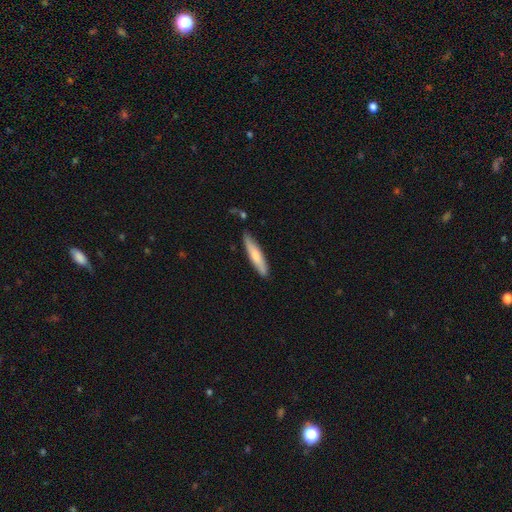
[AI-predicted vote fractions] Smooth or featured: smooth — 69% (featured or disk — 26%)
How rounded: cigar-shaped — 85% (in between — 14%)
Merging: none — 82% (minor disturbance — 13%)